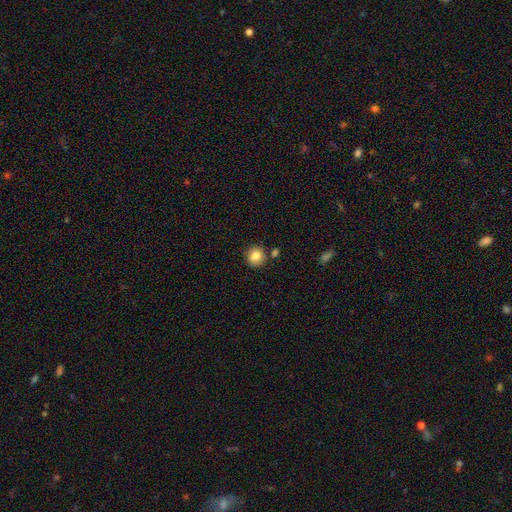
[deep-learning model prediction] This appears to be a smooth galaxy with no disk features (84%) that is round (87%). Merging: none (81%).